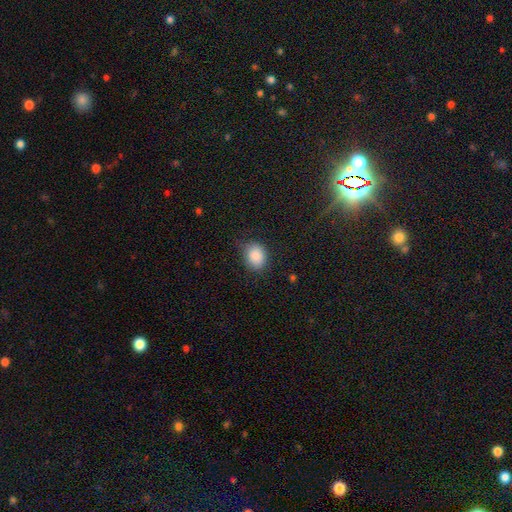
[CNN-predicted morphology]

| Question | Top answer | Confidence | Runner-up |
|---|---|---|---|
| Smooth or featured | smooth | 87% | star or artifact (8%) |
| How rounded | in between | 51% | round (48%) |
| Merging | none | 74% | minor disturbance (20%) |